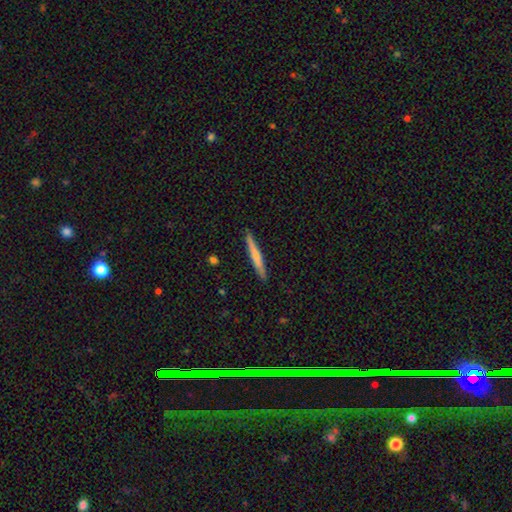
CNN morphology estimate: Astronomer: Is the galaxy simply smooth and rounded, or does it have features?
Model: smooth — 60% (runner-up: featured or disk, 35%).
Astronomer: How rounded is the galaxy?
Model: cigar-shaped — 96%.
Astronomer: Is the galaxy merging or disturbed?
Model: none — 90%.